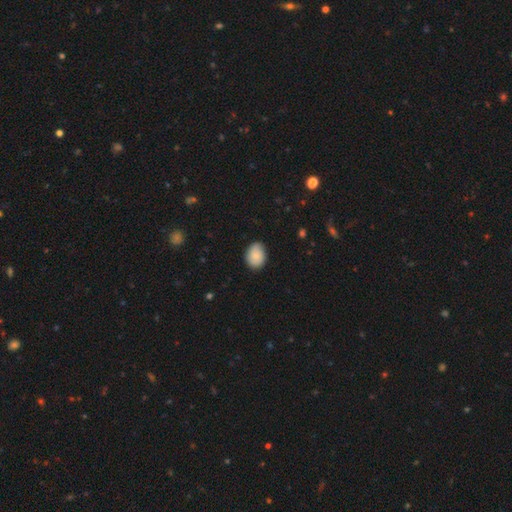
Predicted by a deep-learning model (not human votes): Smooth or featured?
  - smooth: 84% *
  - featured or disk: 9%
  - star or artifact: 7%
How rounded?
  - in between: 64% *
  - round: 35%
  - cigar-shaped: 1%
Merging?
  - none: 82% *
  - minor disturbance: 14%
  - major disturbance: 2%
  - merger: 1%